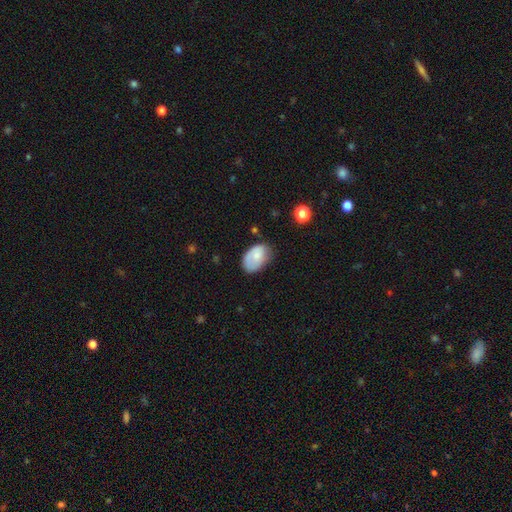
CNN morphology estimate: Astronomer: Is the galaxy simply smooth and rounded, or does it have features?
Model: smooth — 70%.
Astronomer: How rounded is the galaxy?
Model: in between — 89%.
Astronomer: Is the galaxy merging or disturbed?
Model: none — 56% (runner-up: minor disturbance, 32%).